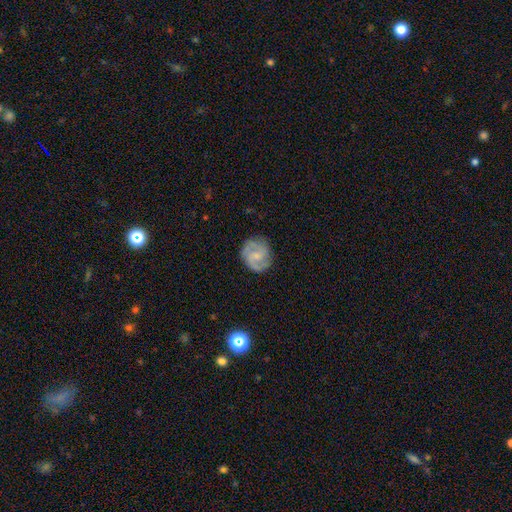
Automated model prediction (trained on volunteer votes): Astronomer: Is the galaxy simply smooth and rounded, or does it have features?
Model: featured or disk — 69%.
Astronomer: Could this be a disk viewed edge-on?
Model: no — 98%.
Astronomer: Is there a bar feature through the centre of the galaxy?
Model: no — 51% (runner-up: weak, 43%).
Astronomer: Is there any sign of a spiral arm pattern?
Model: yes — 92%.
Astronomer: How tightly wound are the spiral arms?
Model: medium — 50% (runner-up: tight, 32%).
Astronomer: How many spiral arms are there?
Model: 2 — 64%.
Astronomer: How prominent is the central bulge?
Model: small — 56%.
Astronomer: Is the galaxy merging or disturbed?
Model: none — 79%.